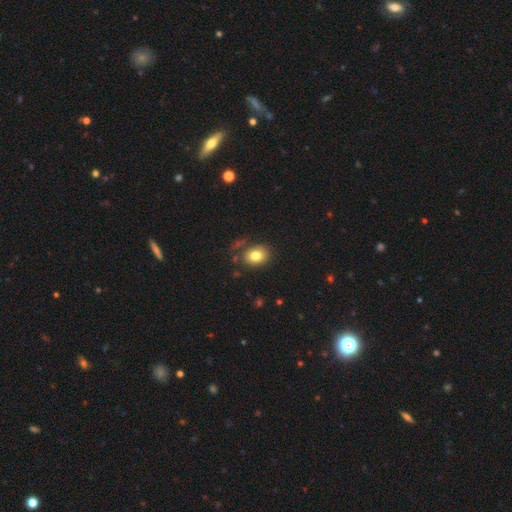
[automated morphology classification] Overall: smooth (81%). How rounded: in between (58%; round 41%). Merging: none (76%).